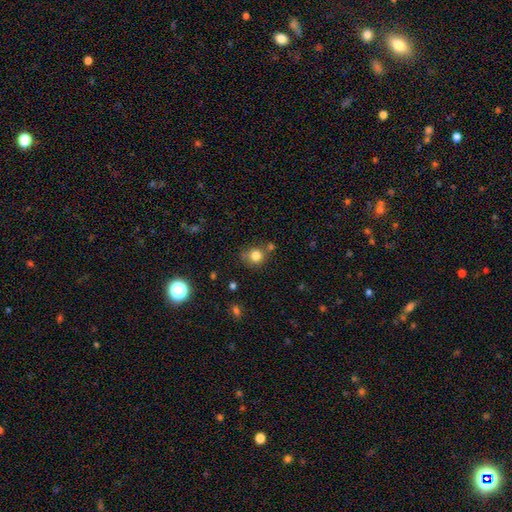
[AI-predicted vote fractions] smooth-or-featured: smooth: 81% | star or artifact: 12% | featured or disk: 7%
  how-rounded: round: 83% | in between: 16% | cigar-shaped: 1%
  merging: none: 66% | minor disturbance: 18% | merger: 11% | major disturbance: 5%